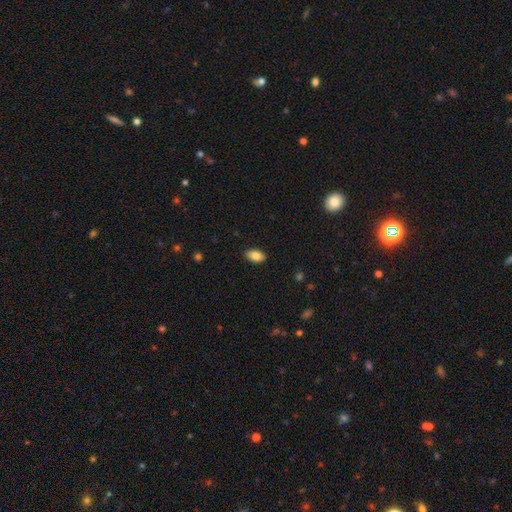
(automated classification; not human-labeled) This is clearly a smooth galaxy (83%). How rounded: clearly in between (92%). Merging: clearly none (88%).